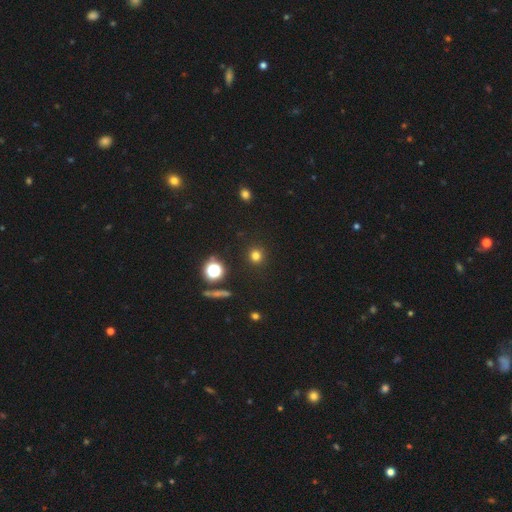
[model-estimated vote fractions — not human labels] Smooth or featured? Predicted: smooth (p=0.76). How rounded? Predicted: round (p=0.92). Merging? Predicted: none (p=0.91).